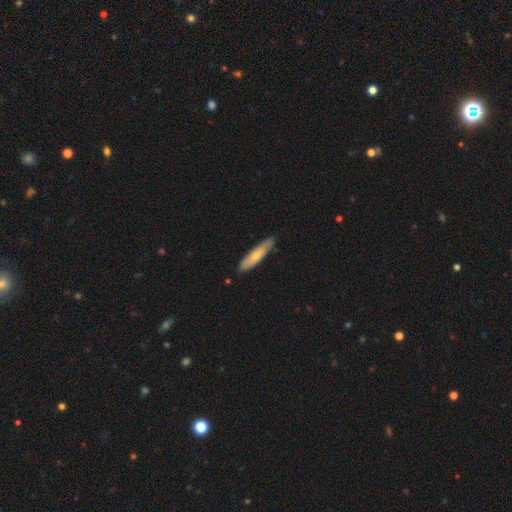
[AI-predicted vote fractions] A smooth galaxy with no disk features (63%) that is cigar-shaped (82%). Merging: none (82%).